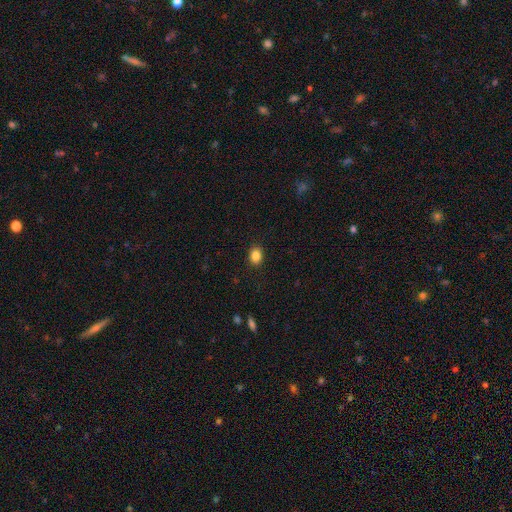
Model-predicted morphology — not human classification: Overall: smooth (85%). How rounded: in between (59%; round 40%). Merging: none (89%).